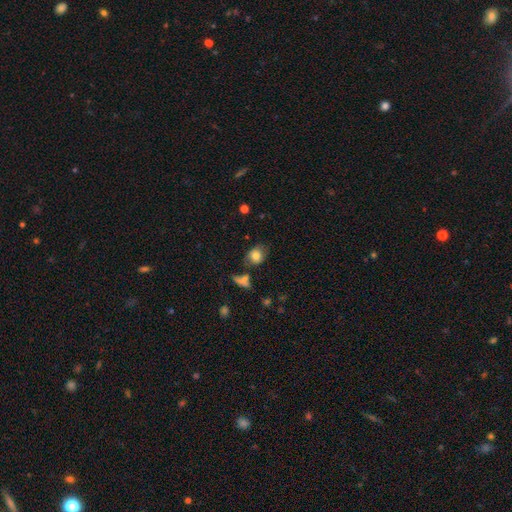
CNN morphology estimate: type=smooth (78%); roundness=round (50%); merging=none (62%).